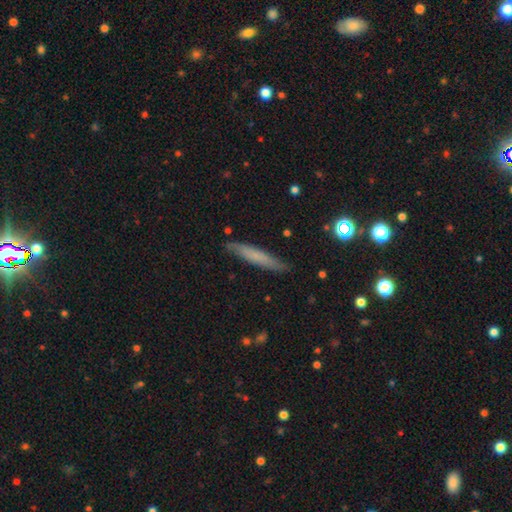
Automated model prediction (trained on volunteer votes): Smooth or featured?
  - smooth: 63% *
  - featured or disk: 30%
  - star or artifact: 7%
How rounded?
  - cigar-shaped: 92% *
  - in between: 6%
  - round: 2%
Merging?
  - none: 85% *
  - minor disturbance: 11%
  - major disturbance: 2%
  - merger: 1%